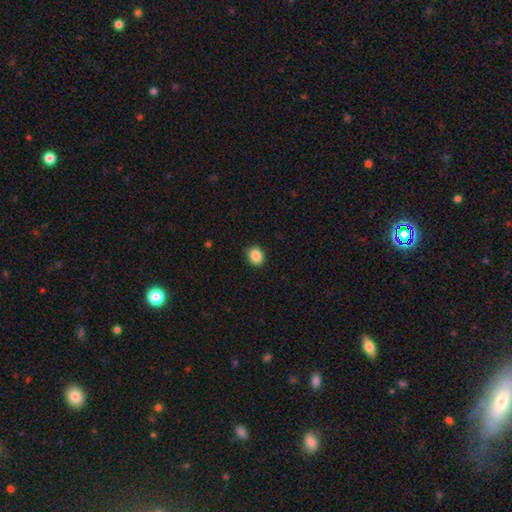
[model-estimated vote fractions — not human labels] Smooth or featured? Predicted: smooth (p=0.87). How rounded? Predicted: round (p=0.62). Merging? Predicted: none (p=0.87).